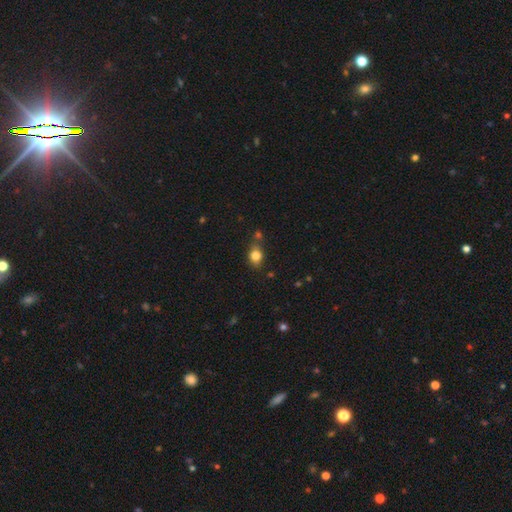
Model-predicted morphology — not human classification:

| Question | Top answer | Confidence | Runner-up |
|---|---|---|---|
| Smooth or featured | smooth | 78% | star or artifact (11%) |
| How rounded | in between | 54% | round (44%) |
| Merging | none | 63% | minor disturbance (19%) |